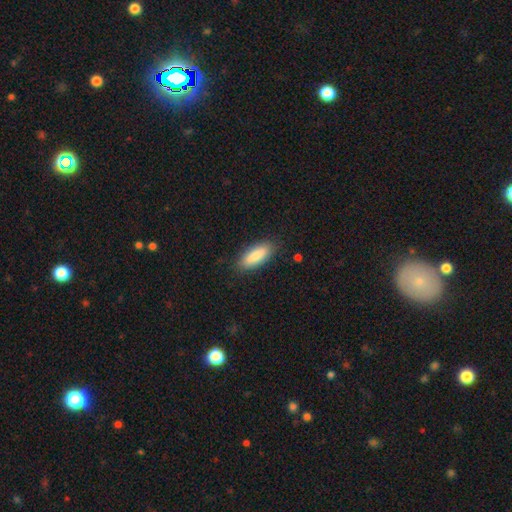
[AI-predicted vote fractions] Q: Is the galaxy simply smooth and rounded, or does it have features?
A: smooth — 85%.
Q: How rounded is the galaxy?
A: in between — 70%.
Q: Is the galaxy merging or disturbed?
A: none — 86%.